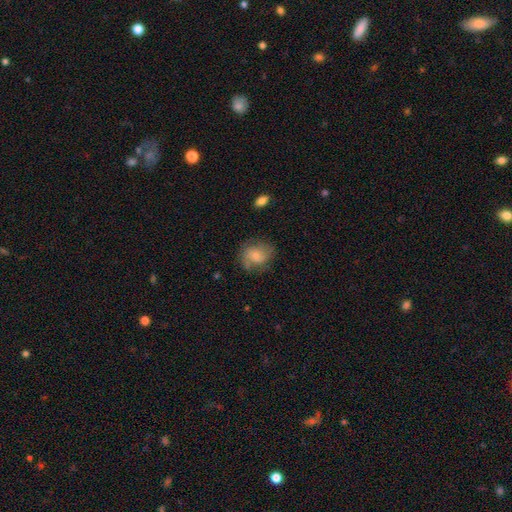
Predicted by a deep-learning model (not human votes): This appears to be a smooth galaxy with no disk features (51%) that is round (57%). Merging: none (59%).